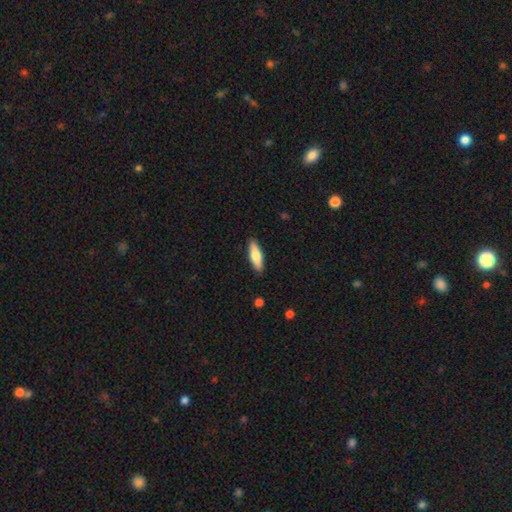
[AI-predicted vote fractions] This appears to be a smooth galaxy with no disk features (70%) that is cigar-shaped (57%). Merging: none (89%).